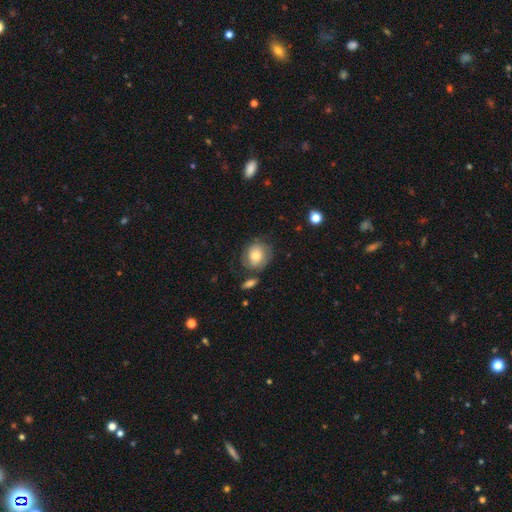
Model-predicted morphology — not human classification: This is likely a smooth galaxy (63%). How rounded: likely round (74%). Merging: likely none (63%).